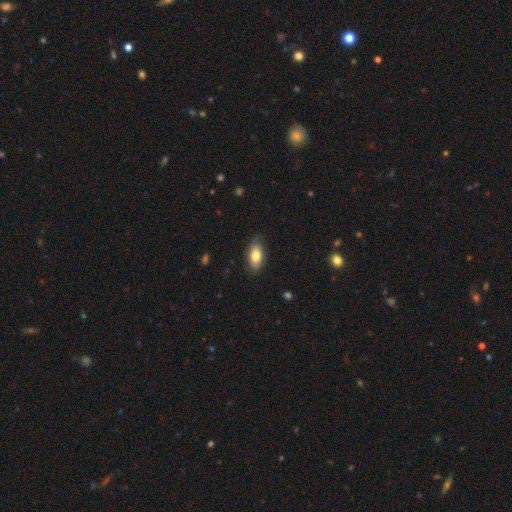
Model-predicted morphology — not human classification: A smooth galaxy with no disk features (77%) that is in between round and cigar-shaped (90%).

Vote fractions:
- Smooth or featured? smooth: 77% / featured or disk: 16% / star or artifact: 7%
- How rounded? in between: 90% / cigar-shaped: 6% / round: 4%
- Merging? none: 79% / minor disturbance: 17% / major disturbance: 3% / merger: 1%